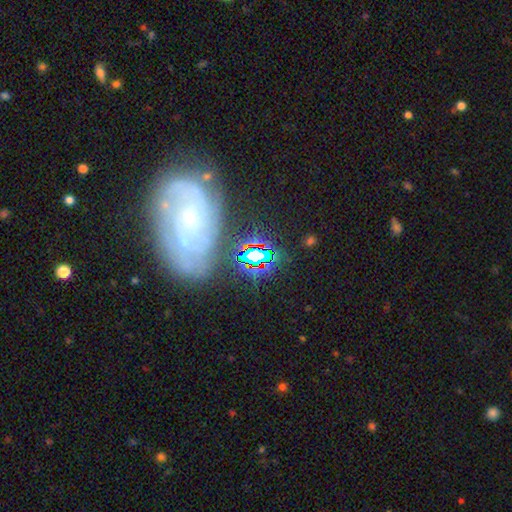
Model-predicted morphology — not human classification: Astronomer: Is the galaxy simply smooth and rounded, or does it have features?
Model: star or artifact — 67%.